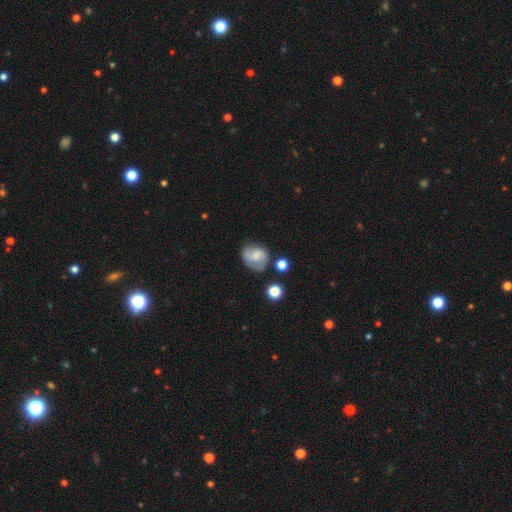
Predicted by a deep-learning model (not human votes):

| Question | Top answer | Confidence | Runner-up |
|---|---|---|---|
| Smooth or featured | featured or disk | 52% | smooth (40%) |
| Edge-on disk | no | 97% | yes (3%) |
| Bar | no | 51% | weak (42%) |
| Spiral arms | yes | 85% | no (15%) |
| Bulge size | small | 46% | moderate (32%) |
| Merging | none | 62% | minor disturbance (23%) |